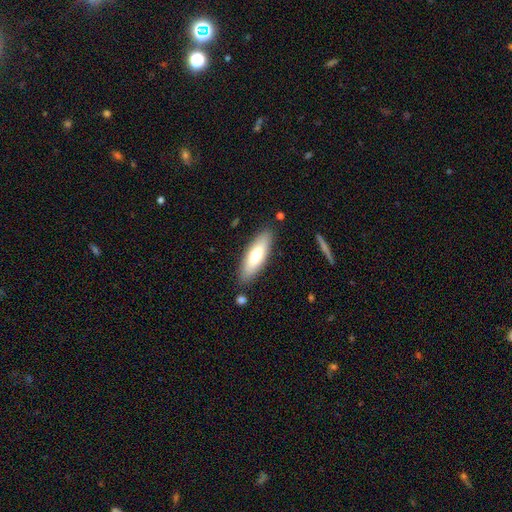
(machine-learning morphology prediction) The model was most divided on "how rounded": in between: 53%, cigar-shaped: 45%, round: 2%. More confident: merging — none (85%); smooth or featured — smooth (65%).